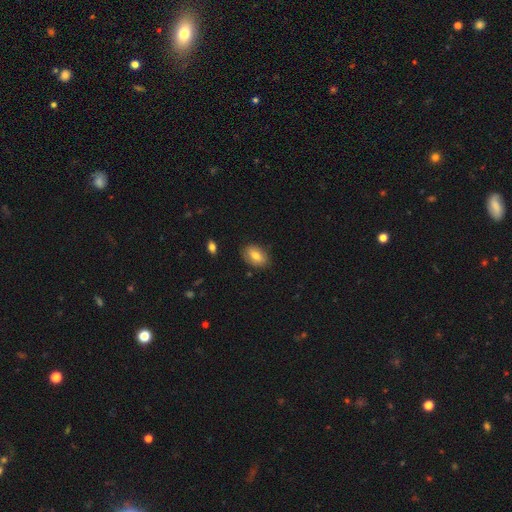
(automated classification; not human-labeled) smooth_or_featured: smooth (p=0.73) [alt: featured or disk p=0.19]
how_rounded: in between (p=0.86) [alt: round p=0.12]
merging: none (p=0.83) [alt: minor disturbance p=0.13]